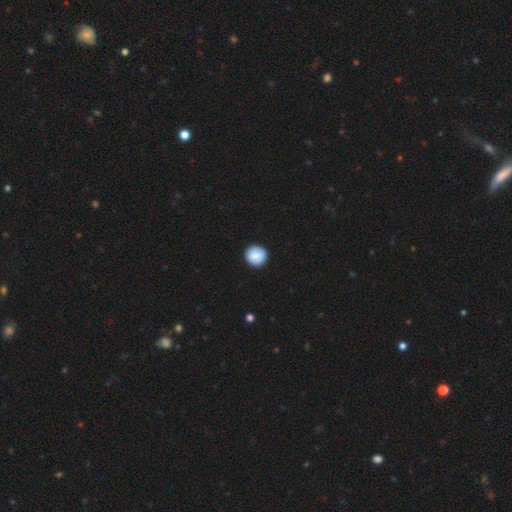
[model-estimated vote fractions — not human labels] A smooth galaxy with no disk features (87%) that is round (94%). Merging: none (92%).